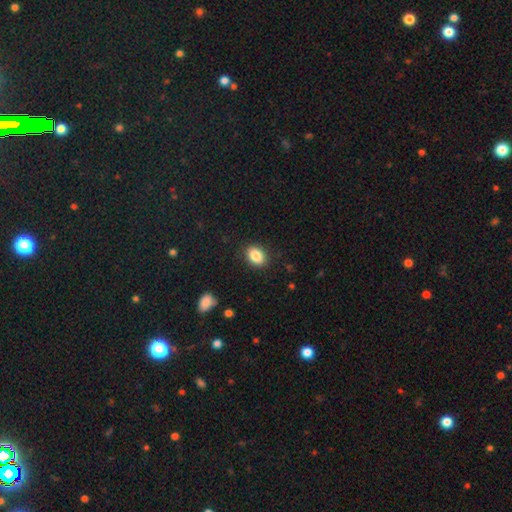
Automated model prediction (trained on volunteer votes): This is clearly a smooth galaxy (86%). How rounded: likely in between (77%). Merging: clearly none (87%).